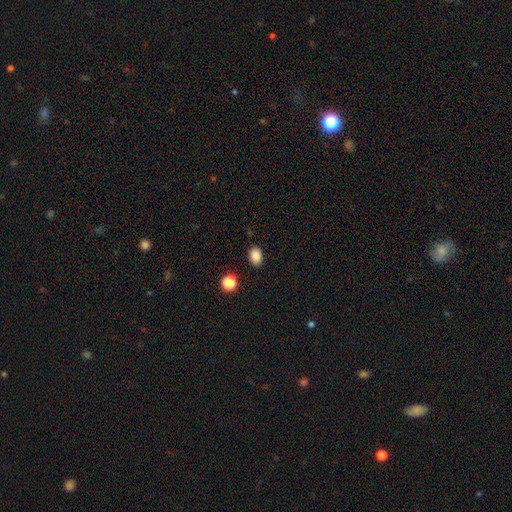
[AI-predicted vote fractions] smooth-or-featured: smooth: 86% | star or artifact: 10% | featured or disk: 4%
  how-rounded: in between: 77% | round: 22% | cigar-shaped: 1%
  merging: none: 85% | minor disturbance: 10% | major disturbance: 2% | merger: 2%